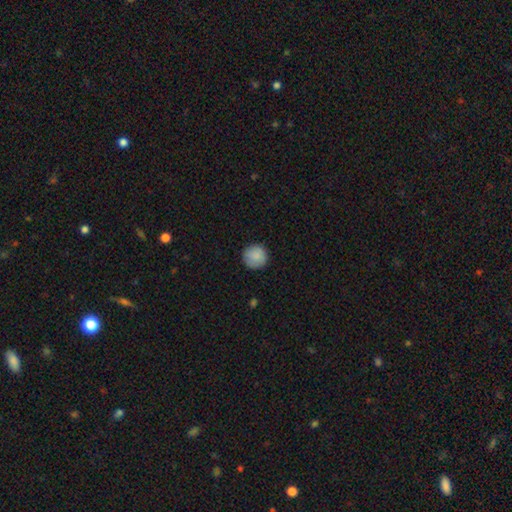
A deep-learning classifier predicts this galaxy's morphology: smooth-or-featured: smooth: 88% | star or artifact: 7% | featured or disk: 5%
  how-rounded: round: 95% | in between: 4% | cigar-shaped: 1%
  merging: none: 88% | minor disturbance: 9% | major disturbance: 2% | merger: 1%